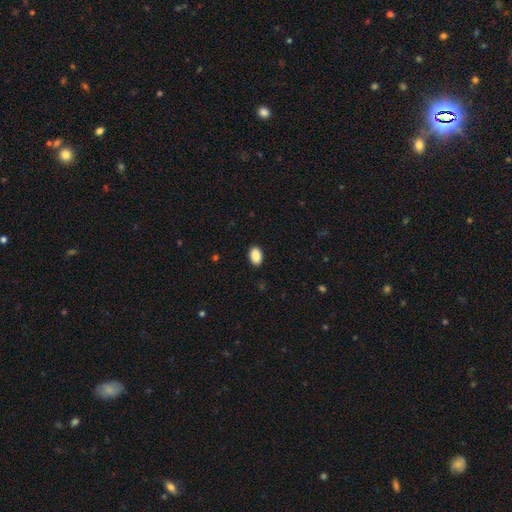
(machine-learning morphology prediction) Smooth or featured?
  - smooth: 89% *
  - star or artifact: 7%
  - featured or disk: 3%
How rounded?
  - in between: 89% *
  - round: 10%
  - cigar-shaped: 1%
Merging?
  - none: 90% *
  - minor disturbance: 8%
  - major disturbance: 2%
  - merger: 1%